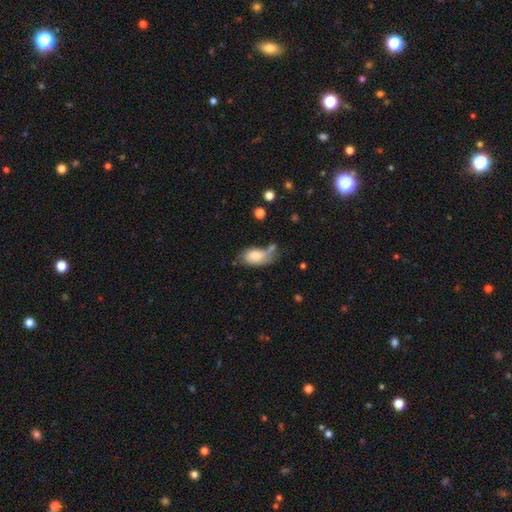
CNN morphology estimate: Q: Smooth or featured?
A: smooth (74%); runner-up: featured or disk (18%)
Q: How rounded?
A: in between (91%); runner-up: round (6%)
Q: Merging?
A: none (37%); runner-up: minor disturbance (30%)